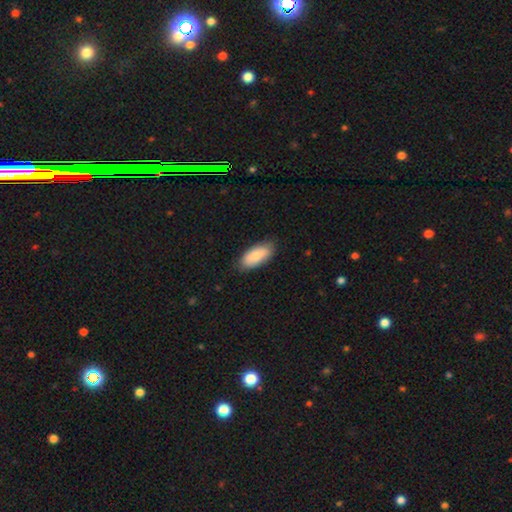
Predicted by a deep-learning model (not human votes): Smooth or featured? smooth (83%)
How rounded? in between (88%)
Merging? none (81%)